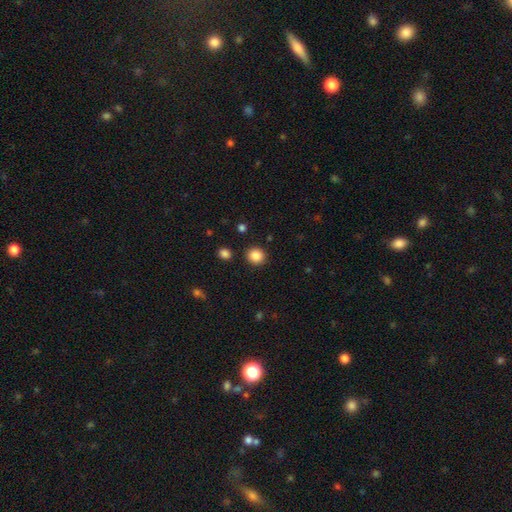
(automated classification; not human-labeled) A smooth galaxy with no disk features (86%) that is round (85%).

Vote fractions:
- Smooth or featured? smooth: 86% / star or artifact: 10% / featured or disk: 4%
- How rounded? round: 85% / in between: 14% / cigar-shaped: 1%
- Merging? none: 89% / minor disturbance: 6% / merger: 2% / major disturbance: 2%